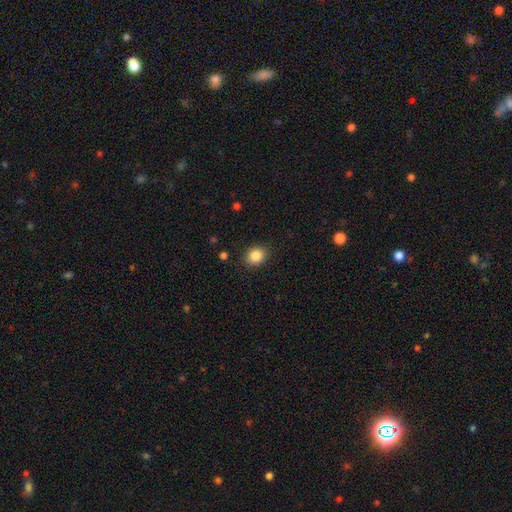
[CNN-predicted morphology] smooth 86%, star or artifact 10%, featured or disk 5%. Down the decision tree: how rounded — round (62%); merging — none (87%).